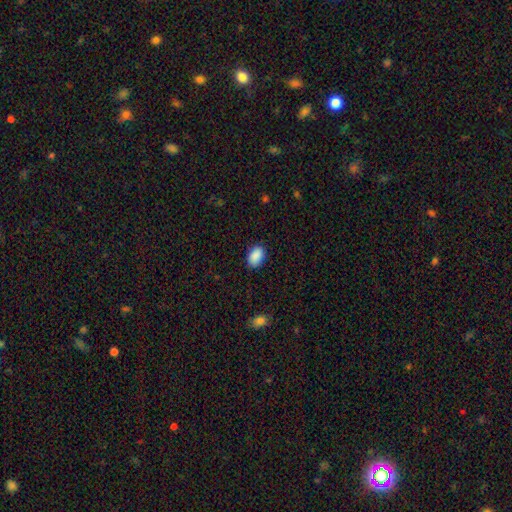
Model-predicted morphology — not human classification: A smooth galaxy with no disk features (90%) that is in between round and cigar-shaped (88%).

Vote fractions:
- Smooth or featured? smooth: 90% / star or artifact: 7% / featured or disk: 3%
- How rounded? in between: 88% / round: 11% / cigar-shaped: 1%
- Merging? none: 86% / minor disturbance: 11% / major disturbance: 2% / merger: 1%